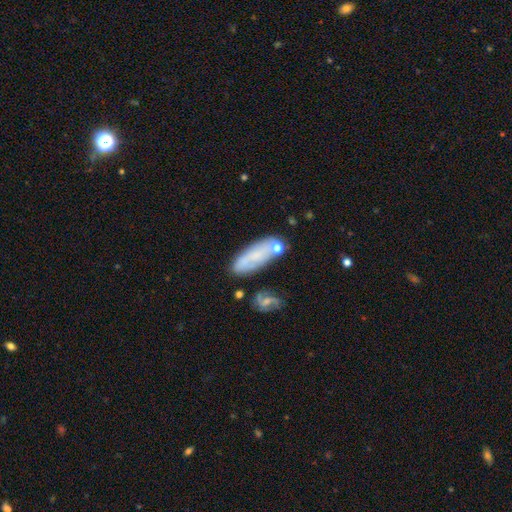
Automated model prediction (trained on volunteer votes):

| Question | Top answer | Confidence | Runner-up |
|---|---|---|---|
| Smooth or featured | smooth | 60% | featured or disk (30%) |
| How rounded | in between | 62% | cigar-shaped (34%) |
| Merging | none | 56% | minor disturbance (23%) |